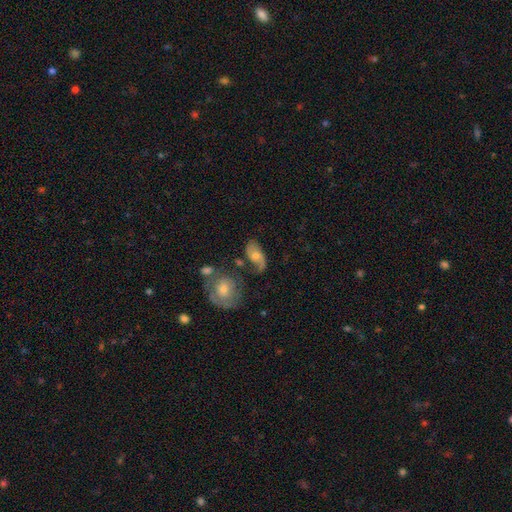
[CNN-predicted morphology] type=featured or disk (56%); edge-on=no (95%); bar=no (66%); spiral arms=yes (86%); bulge=moderate (50%); merging=none (48%).